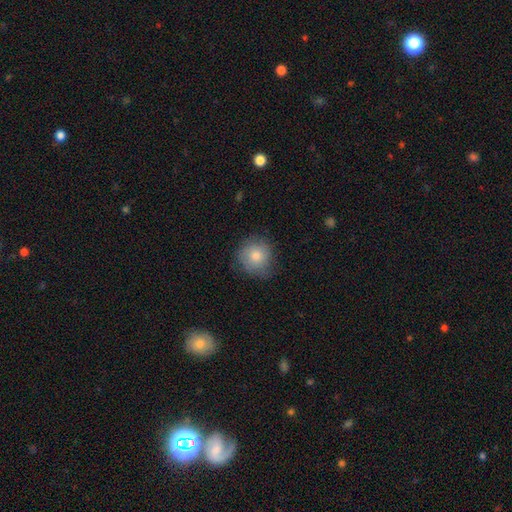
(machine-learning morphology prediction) smooth 76%, featured or disk 15%, star or artifact 9%. Down the decision tree: how rounded — round (90%); merging — none (75%).